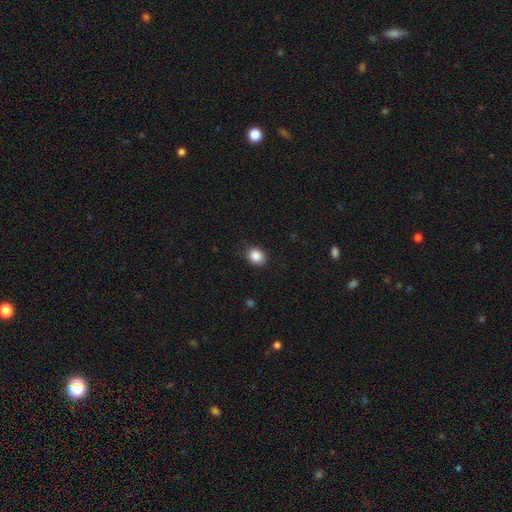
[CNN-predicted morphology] Smooth or featured?
  - smooth: 87% *
  - star or artifact: 9%
  - featured or disk: 4%
How rounded?
  - round: 55% *
  - in between: 44%
  - cigar-shaped: 1%
Merging?
  - none: 80% *
  - minor disturbance: 16%
  - major disturbance: 4%
  - merger: 1%